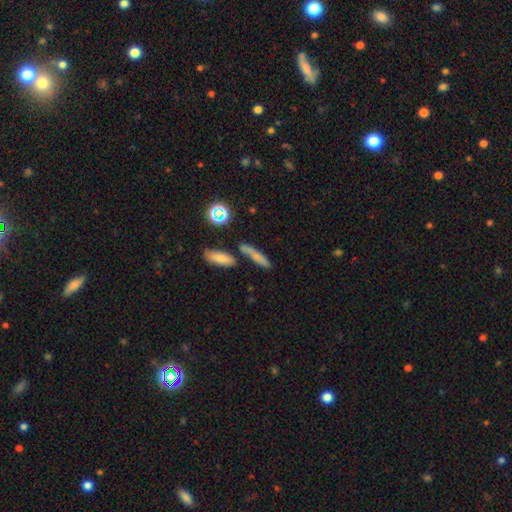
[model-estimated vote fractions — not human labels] This appears to be a smooth galaxy with no disk features (67%) that is cigar-shaped (71%). Merging: none (62%).